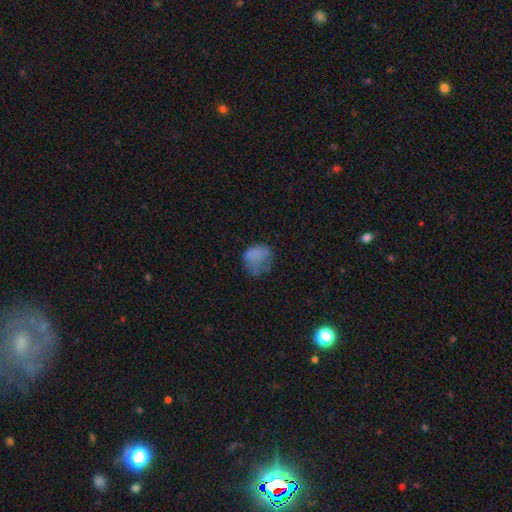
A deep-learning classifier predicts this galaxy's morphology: This is likely a smooth galaxy (69%). How rounded: possibly round (56%). Merging: marginally none (39%).